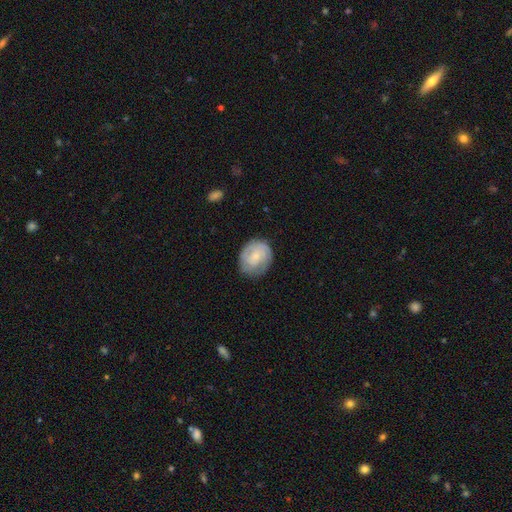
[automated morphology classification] The model was most divided on "spiral arm count": can't tell: 37%, 2: 31%, 3: 17%, 1: 7%, 4: 5%, more than 4: 4%. More confident: edge-on disk — no (98%); spiral arms — yes (86%); merging — none (73%); bar — no (71%); bulge size — small (66%); spiral winding — tight (63%); smooth or featured — featured or disk (59%).